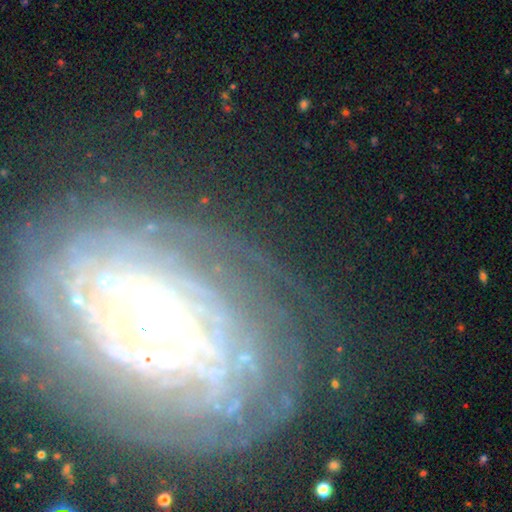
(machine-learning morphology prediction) Smooth or featured? Predicted: featured or disk (p=0.81). Edge-on disk? Predicted: no (p=0.94). Bar? Predicted: no (p=0.73). Spiral arms? Predicted: yes (p=0.90). Spiral winding? Predicted: tight (p=0.83). Spiral arm count? Predicted: can't tell (p=0.39). Bulge size? Predicted: moderate (p=0.46). Merging? Predicted: none (p=0.78).